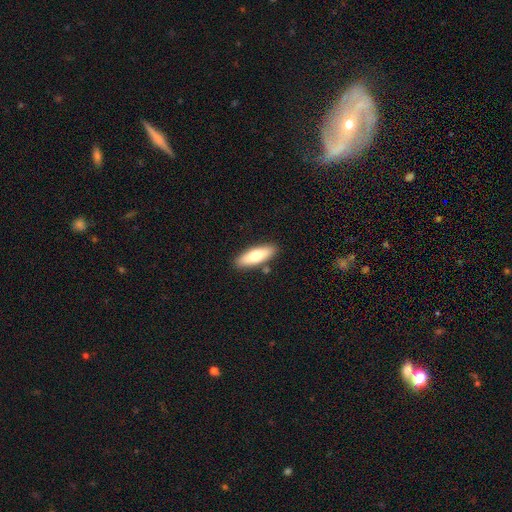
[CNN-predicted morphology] smooth-or-featured: smooth: 66% | featured or disk: 28% | star or artifact: 6%
  how-rounded: in between: 55% | cigar-shaped: 42% | round: 2%
  merging: none: 86% | minor disturbance: 9% | merger: 3% | major disturbance: 2%